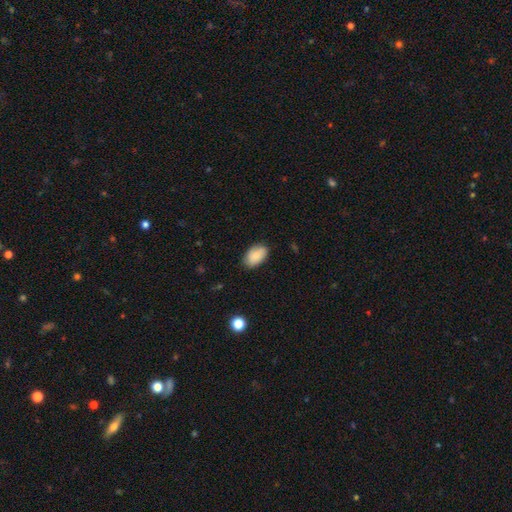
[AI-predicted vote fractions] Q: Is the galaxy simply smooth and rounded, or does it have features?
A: smooth — 84%.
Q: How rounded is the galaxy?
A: in between — 92%.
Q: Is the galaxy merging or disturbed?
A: none — 80%.